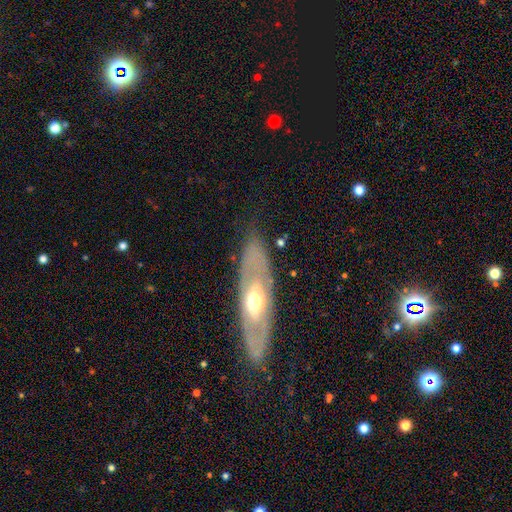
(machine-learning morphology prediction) Overall: featured or disk (66%; smooth 28%). Edge-on disk: no (69%; yes 31%). Merging: none (81%).